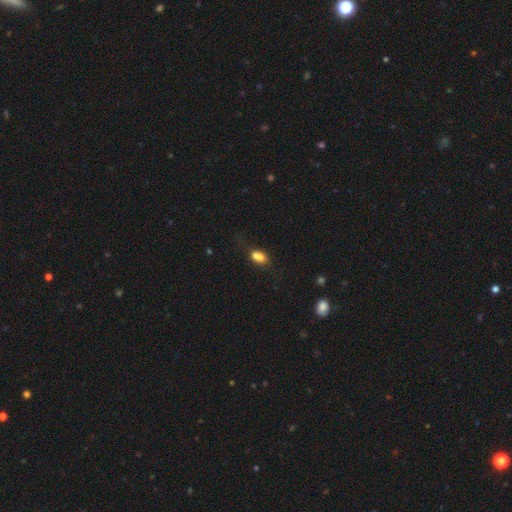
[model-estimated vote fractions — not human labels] Smooth or featured: smooth — 72% (featured or disk — 16%)
How rounded: in between — 70% (round — 25%)
Merging: merger — 49% (none — 30%)